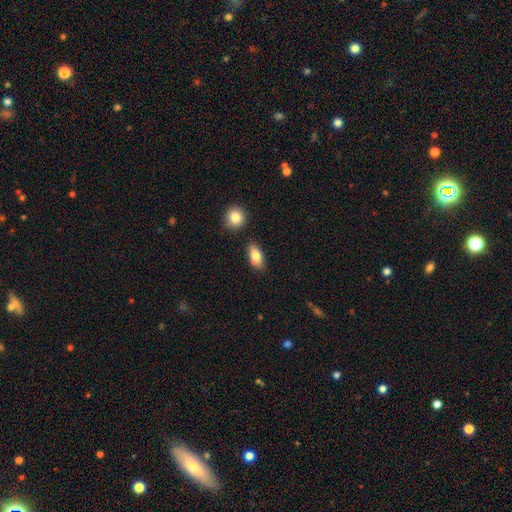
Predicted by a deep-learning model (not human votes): Smooth or featured? smooth (80%)
How rounded? in between (86%)
Merging? none (77%)